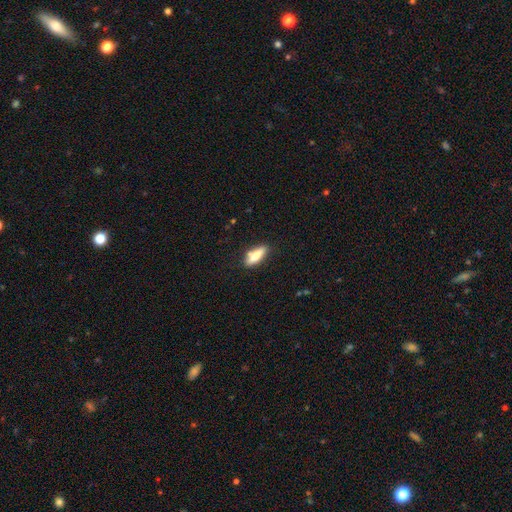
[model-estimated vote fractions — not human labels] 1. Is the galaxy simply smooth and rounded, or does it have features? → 60% smooth, 34% featured or disk, 6% star or artifact.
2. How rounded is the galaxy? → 57% in between, 40% cigar-shaped, 3% round.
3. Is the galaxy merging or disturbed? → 81% none, 12% minor disturbance, 4% merger, 3% major disturbance.